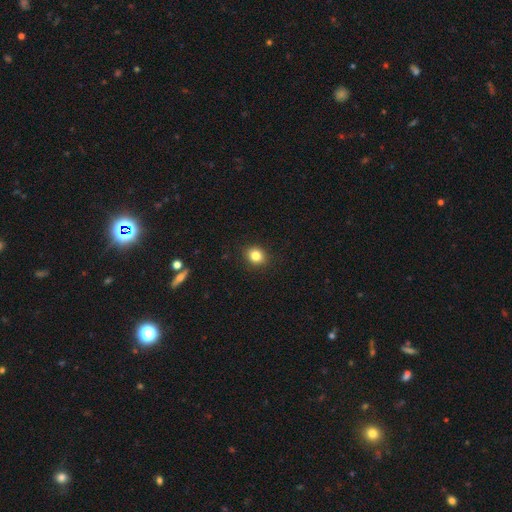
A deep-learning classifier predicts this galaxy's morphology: smooth-or-featured: smooth: 83% | star or artifact: 11% | featured or disk: 6%
  how-rounded: round: 68% | in between: 31% | cigar-shaped: 1%
  merging: none: 90% | minor disturbance: 7% | major disturbance: 2% | merger: 1%